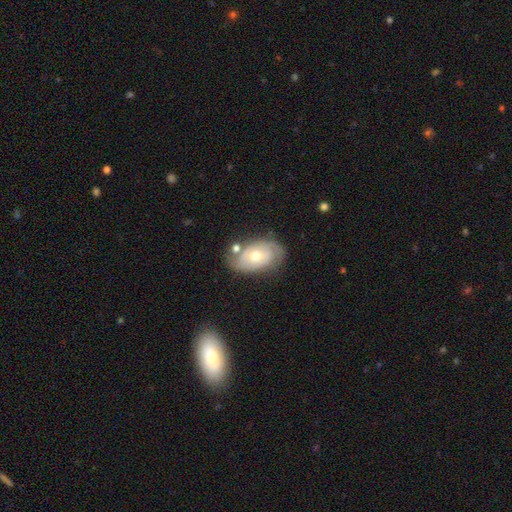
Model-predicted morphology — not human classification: type=featured or disk (61%); edge-on=no (94%); bar=no (78%); spiral arms=yes (75%); bulge=moderate (65%); merging=none (63%).